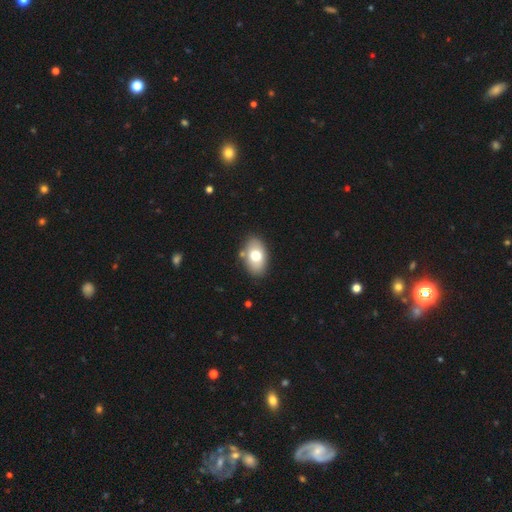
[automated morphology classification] smooth_or_featured: smooth (p=0.71) [alt: featured or disk p=0.21]
how_rounded: in between (p=0.91) [alt: round p=0.08]
merging: none (p=0.82) [alt: minor disturbance p=0.11]